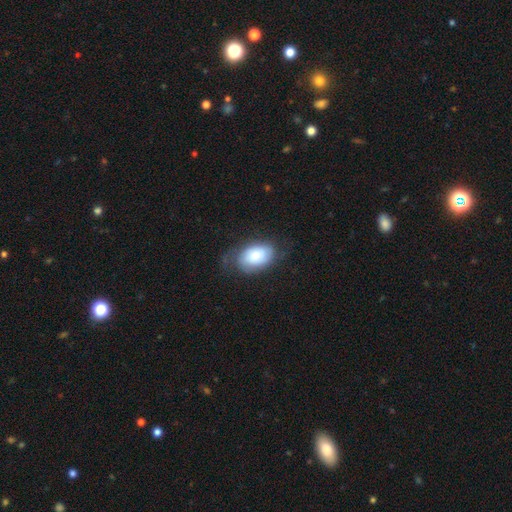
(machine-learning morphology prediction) Q: Smooth or featured?
A: smooth (68%); runner-up: featured or disk (25%)
Q: How rounded?
A: in between (88%); runner-up: round (11%)
Q: Merging?
A: none (56%); runner-up: minor disturbance (27%)